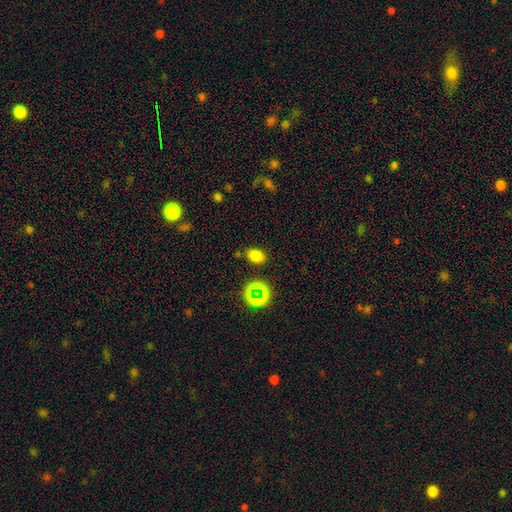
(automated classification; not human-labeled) Smooth or featured? Predicted: smooth (p=0.76). How rounded? Predicted: in between (p=0.81). Merging? Predicted: none (p=0.82).